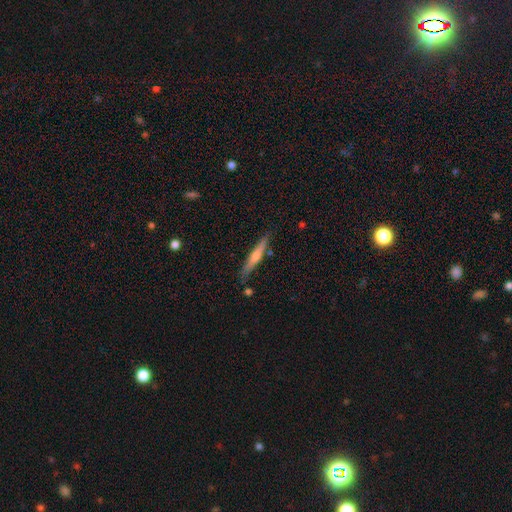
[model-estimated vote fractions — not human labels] This appears to be a featured or disk galaxy (53%) viewed edge-on (96%) with a rounded central bulge (74%). Merging: none (84%).